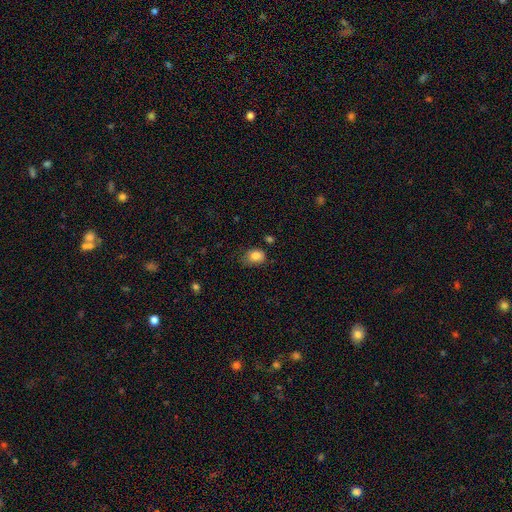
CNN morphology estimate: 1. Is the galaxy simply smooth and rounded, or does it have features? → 83% smooth, 9% star or artifact, 8% featured or disk.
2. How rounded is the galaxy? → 61% in between, 38% round, 1% cigar-shaped.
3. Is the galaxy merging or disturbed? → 61% none, 30% minor disturbance, 7% major disturbance, 3% merger.